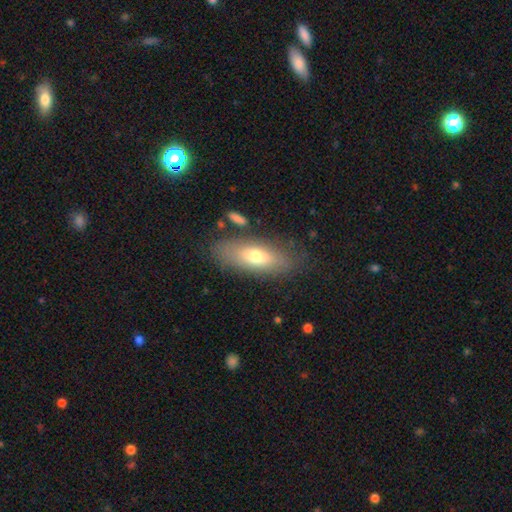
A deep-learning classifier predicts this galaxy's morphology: Smooth or featured? smooth (67%)
How rounded? in between (73%)
Merging? none (77%)